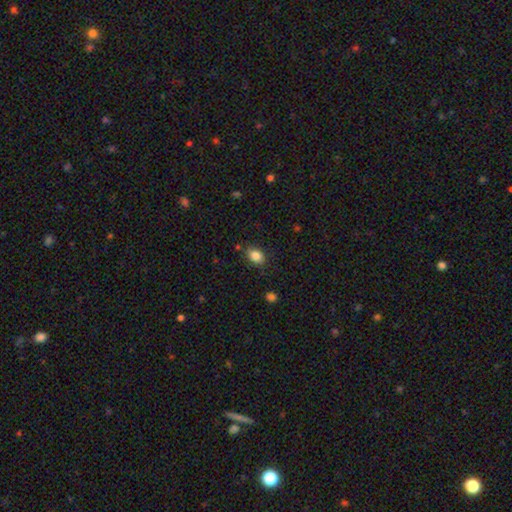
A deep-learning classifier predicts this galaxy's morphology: Smooth or featured? Predicted: smooth (p=0.85). How rounded? Predicted: in between (p=0.76). Merging? Predicted: none (p=0.82).